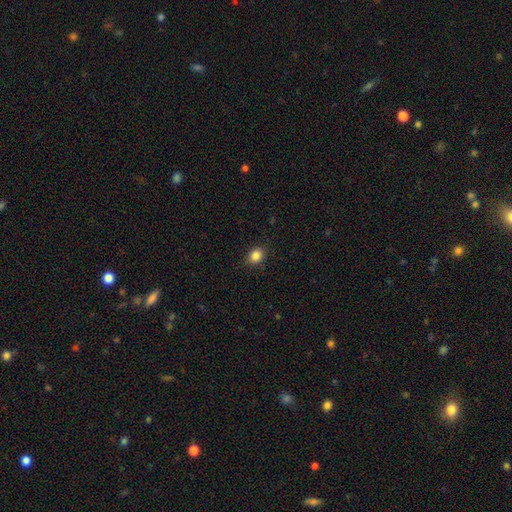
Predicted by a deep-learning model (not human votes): smooth_or_featured: smooth (p=0.86) [alt: star or artifact p=0.10]
how_rounded: round (p=0.52) [alt: in between p=0.47]
merging: none (p=0.88) [alt: minor disturbance p=0.09]